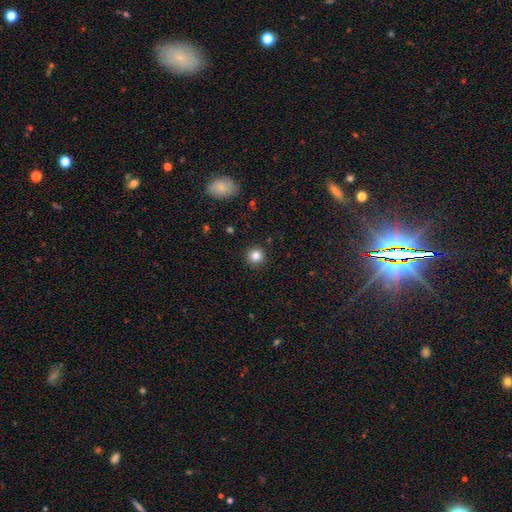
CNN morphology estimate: This appears to be a smooth galaxy with no disk features (84%) that is round (94%). Merging: none (92%).